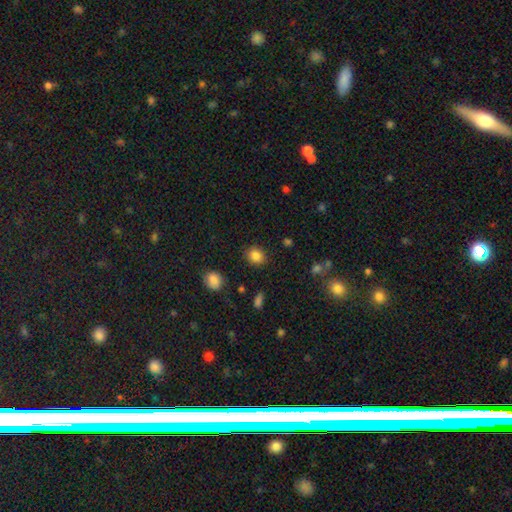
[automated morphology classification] Q: Smooth or featured?
A: smooth (84%); runner-up: star or artifact (10%)
Q: How rounded?
A: round (70%); runner-up: in between (29%)
Q: Merging?
A: none (88%); runner-up: minor disturbance (8%)